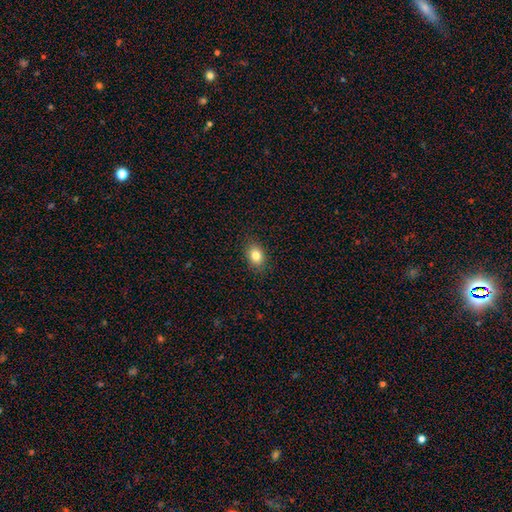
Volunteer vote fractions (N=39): smooth-or-featured: smooth: 74% | featured or disk: 21% | star or artifact: 5%
  how-rounded: in between: 69% | round: 31% | cigar-shaped: 0%
  merging: none: 95% | minor disturbance: 5% | major disturbance: 0% | merger: 0%